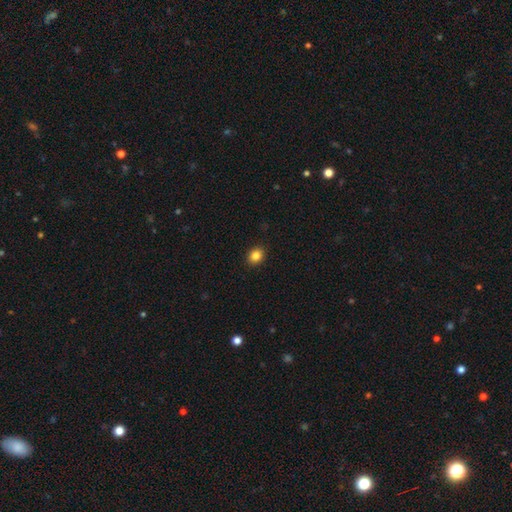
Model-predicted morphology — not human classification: A smooth galaxy with no disk features (85%) that is round (58%).

Vote fractions:
- Smooth or featured? smooth: 85% / star or artifact: 10% / featured or disk: 5%
- How rounded? round: 58% / in between: 41% / cigar-shaped: 1%
- Merging? none: 91% / minor disturbance: 6% / major disturbance: 2% / merger: 1%